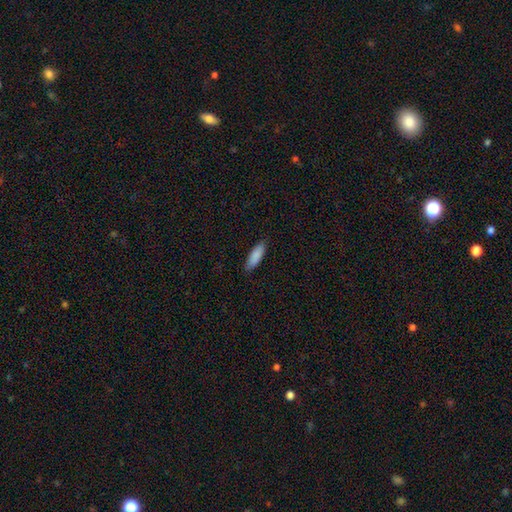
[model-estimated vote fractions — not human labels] The model was most divided on "how rounded": in between: 52%, cigar-shaped: 47%, round: 1%. More confident: smooth or featured — smooth (89%); merging — none (87%).